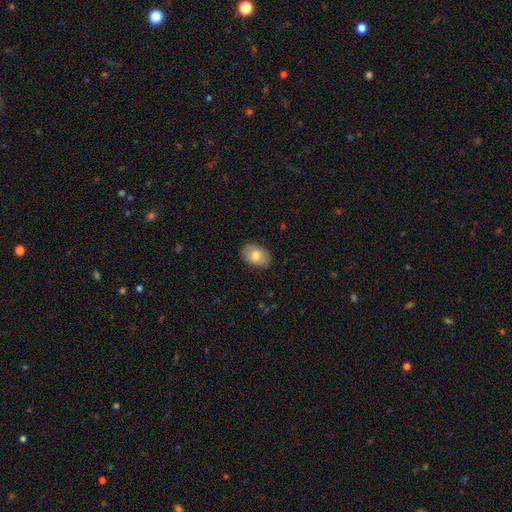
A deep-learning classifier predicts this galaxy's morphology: smooth 73%, featured or disk 20%, star or artifact 7%. Down the decision tree: how rounded — in between (84%); merging — none (84%).